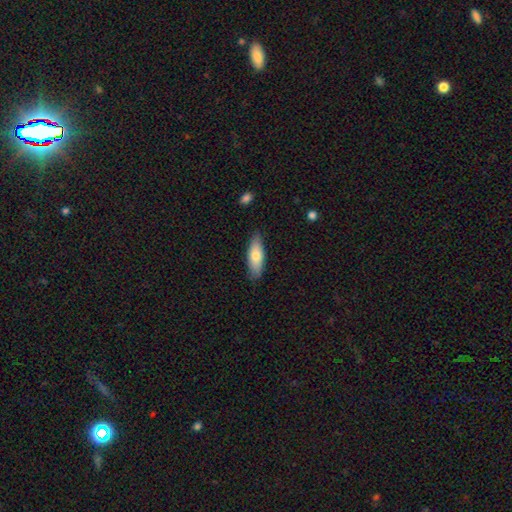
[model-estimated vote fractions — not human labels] Smooth or featured? Predicted: smooth (p=0.72). How rounded? Predicted: in between (p=0.61). Merging? Predicted: none (p=0.84).